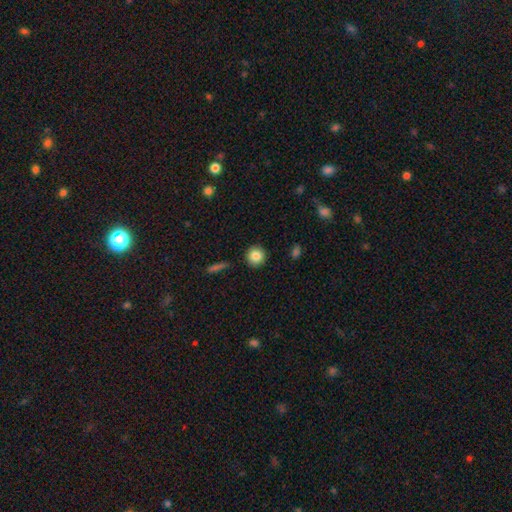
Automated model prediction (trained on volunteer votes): A smooth galaxy with no disk features (85%) that is round (93%). Merging: none (91%).